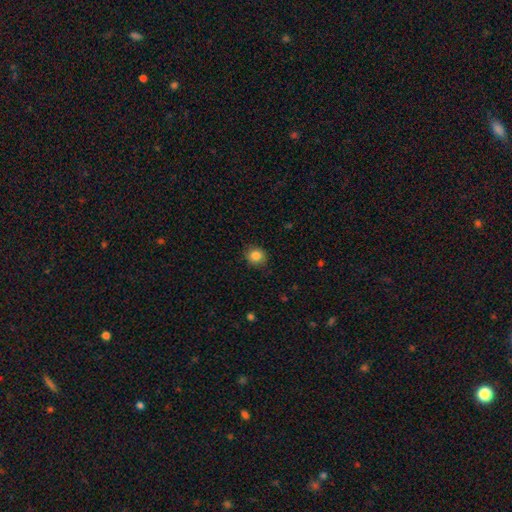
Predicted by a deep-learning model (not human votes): Smooth or featured?
  - smooth: 85% *
  - star or artifact: 10%
  - featured or disk: 5%
How rounded?
  - round: 84% *
  - in between: 15%
  - cigar-shaped: 1%
Merging?
  - none: 87% *
  - minor disturbance: 10%
  - major disturbance: 2%
  - merger: 1%